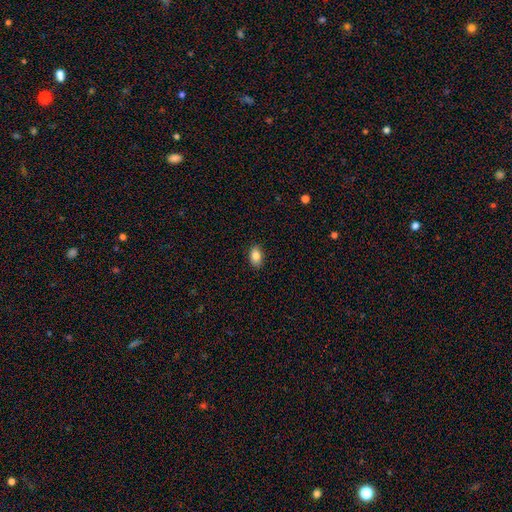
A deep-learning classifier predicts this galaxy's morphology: The model was most divided on "how rounded": in between: 87%, round: 11%, cigar-shaped: 2%. More confident: merging — none (88%); smooth or featured — smooth (85%).